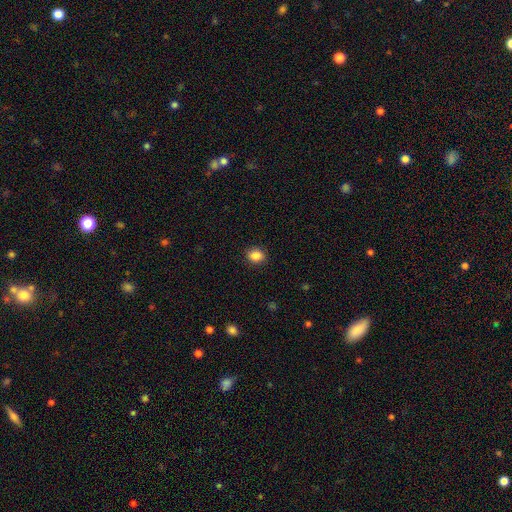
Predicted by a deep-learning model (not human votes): Smooth or featured: smooth — 87% (star or artifact — 9%)
How rounded: round — 56% (in between — 43%)
Merging: none — 89% (minor disturbance — 8%)